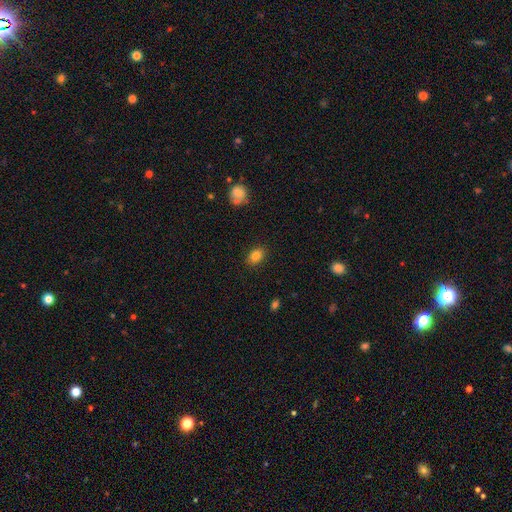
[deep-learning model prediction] Smooth or featured: smooth — 83% (star or artifact — 9%)
How rounded: in between — 79% (round — 20%)
Merging: none — 88% (minor disturbance — 9%)